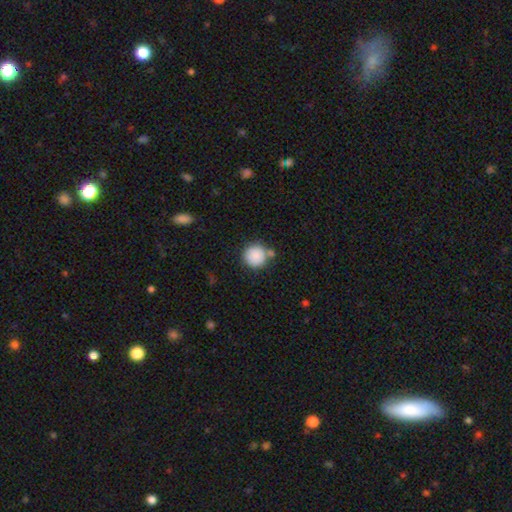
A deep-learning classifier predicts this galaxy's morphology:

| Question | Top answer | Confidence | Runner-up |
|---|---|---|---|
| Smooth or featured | smooth | 87% | star or artifact (8%) |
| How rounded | round | 93% | in between (6%) |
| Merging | none | 71% | merger (14%) |